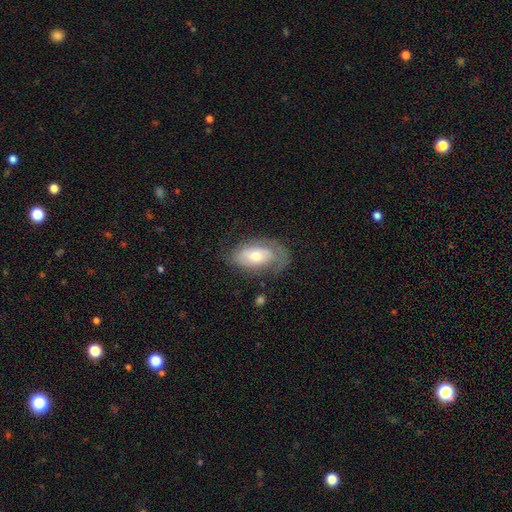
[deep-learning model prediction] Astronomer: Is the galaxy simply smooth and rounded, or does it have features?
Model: featured or disk — 53% (runner-up: smooth, 40%).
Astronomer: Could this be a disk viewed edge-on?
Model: no — 91%.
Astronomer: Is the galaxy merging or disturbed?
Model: none — 56%.